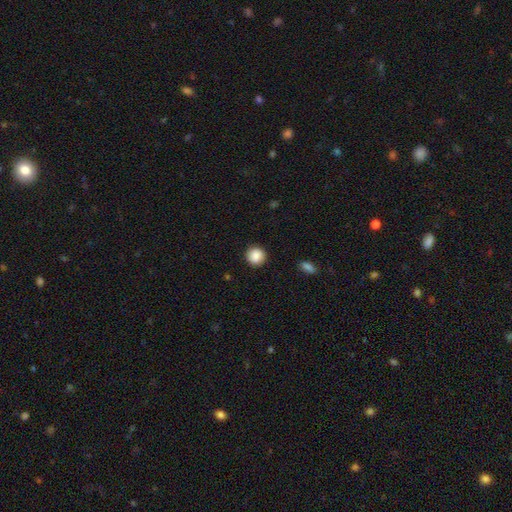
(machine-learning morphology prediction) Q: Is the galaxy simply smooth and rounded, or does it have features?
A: smooth — 88%.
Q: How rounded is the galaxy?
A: round — 93%.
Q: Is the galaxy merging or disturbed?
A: none — 91%.